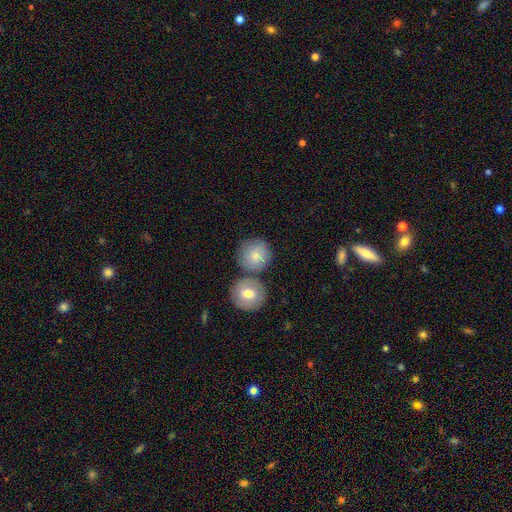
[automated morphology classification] Smooth or featured?
  - smooth: 81% *
  - featured or disk: 12%
  - star or artifact: 7%
How rounded?
  - round: 91% *
  - in between: 8%
  - cigar-shaped: 1%
Merging?
  - none: 62% *
  - merger: 22%
  - minor disturbance: 12%
  - major disturbance: 4%